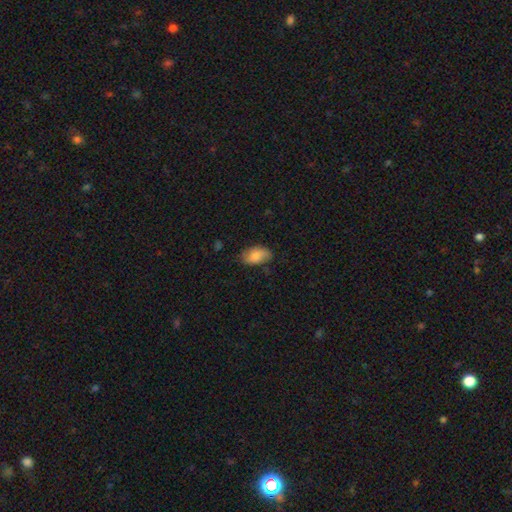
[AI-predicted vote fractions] Morphology: type=smooth (81%); roundness=in between (93%); merging=none (72%).